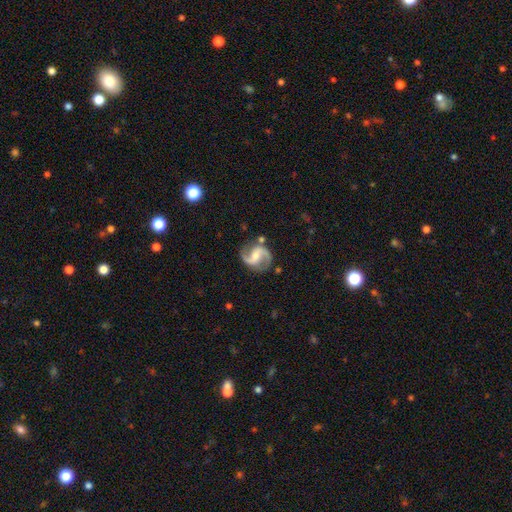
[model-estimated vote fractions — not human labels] Q: Smooth or featured?
A: featured or disk (91%); runner-up: smooth (5%)
Q: Edge-on disk?
A: no (98%); runner-up: yes (2%)
Q: Bar?
A: weak (42%); runner-up: no (38%)
Q: Spiral arms?
A: yes (98%); runner-up: no (2%)
Q: Spiral winding?
A: medium (55%); runner-up: loose (31%)
Q: Spiral arm count?
A: 2 (94%); runner-up: can't tell (2%)
Q: Bulge size?
A: moderate (48%); runner-up: small (43%)
Q: Merging?
A: none (81%); runner-up: minor disturbance (12%)